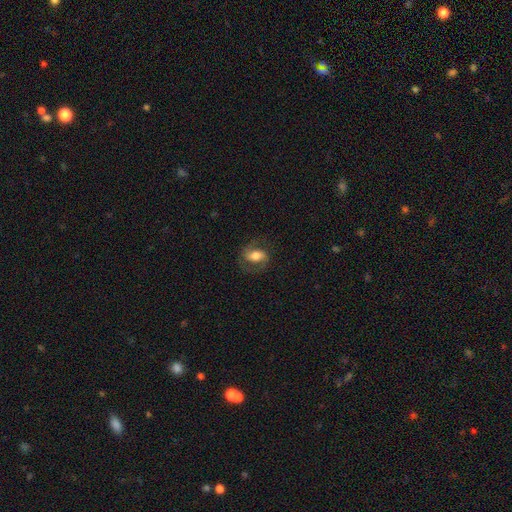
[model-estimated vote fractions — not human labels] Smooth or featured? featured or disk (55%)
Edge-on disk? no (95%)
Bar? weak (37%)
Spiral arms? yes (84%)
Bulge size? moderate (55%)
Merging? none (72%)